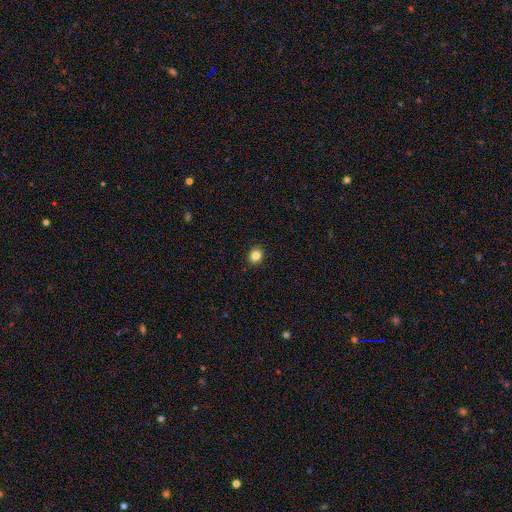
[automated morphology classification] The model was most divided on "how rounded": round: 76%, in between: 24%, cigar-shaped: 1%. More confident: merging — none (92%); smooth or featured — smooth (84%).